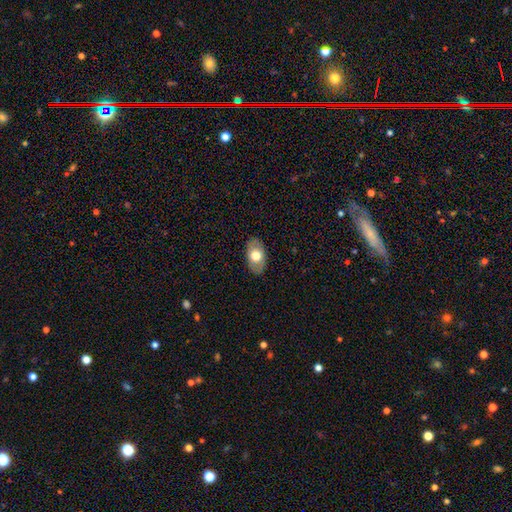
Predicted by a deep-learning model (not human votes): Smooth or featured: smooth — 65% (featured or disk — 29%)
How rounded: in between — 92% (round — 7%)
Merging: none — 86% (minor disturbance — 11%)